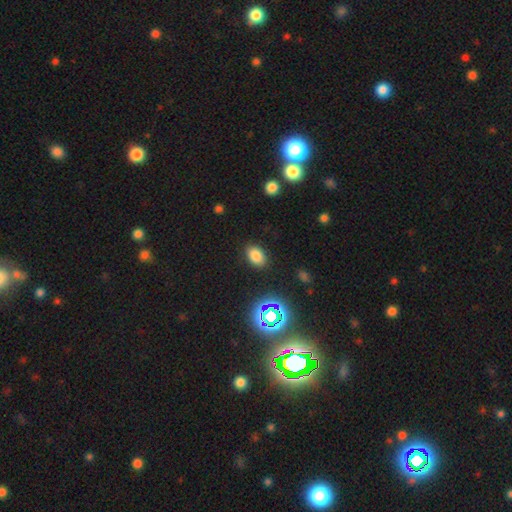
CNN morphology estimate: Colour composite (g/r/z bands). It shows a smooth galaxy with no disk features (76%) that is in between round and cigar-shaped (84%). Merging: none (86%).